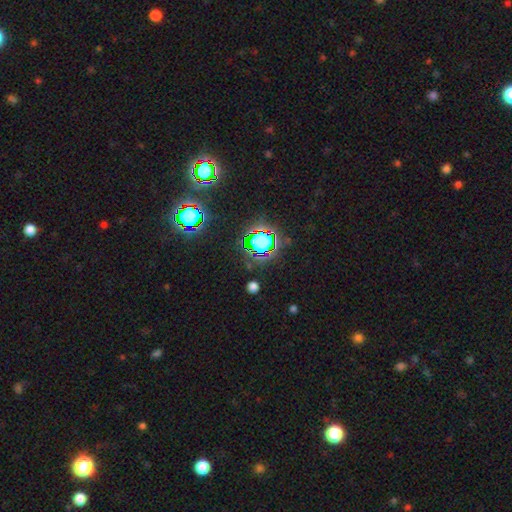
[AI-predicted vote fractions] This is clearly a star or artifact rather than a galaxy (81%).